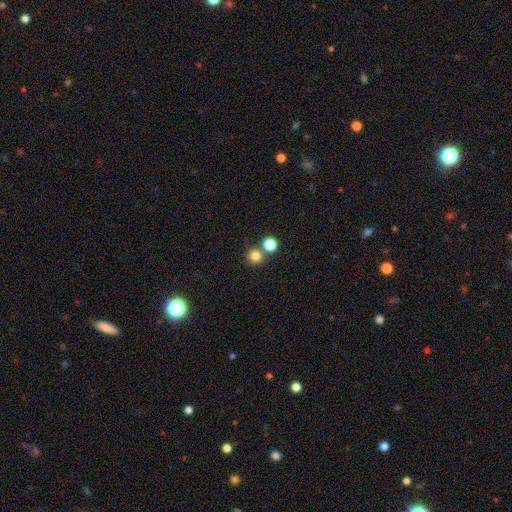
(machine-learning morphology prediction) Smooth or featured? Predicted: smooth (p=0.79). How rounded? Predicted: round (p=0.93). Merging? Predicted: none (p=0.70).